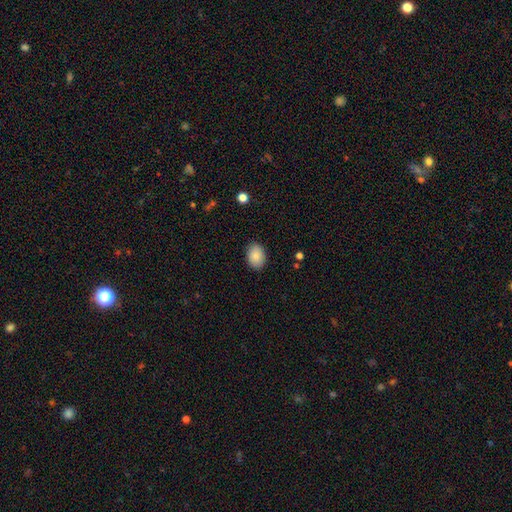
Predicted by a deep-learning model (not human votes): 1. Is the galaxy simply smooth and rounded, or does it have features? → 87% smooth, 7% star or artifact, 6% featured or disk.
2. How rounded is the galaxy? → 79% in between, 20% round, 1% cigar-shaped.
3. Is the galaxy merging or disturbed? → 87% none, 10% minor disturbance, 2% major disturbance, 1% merger.